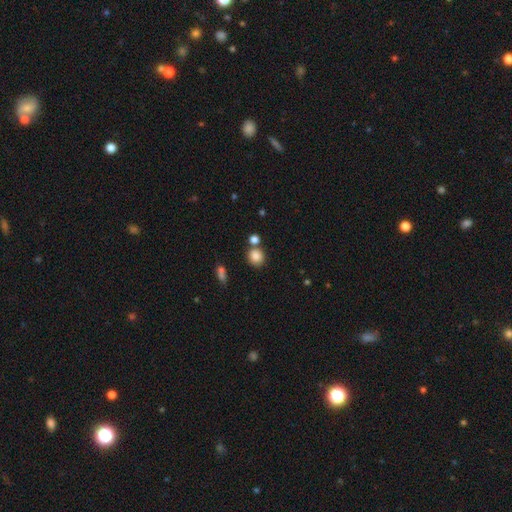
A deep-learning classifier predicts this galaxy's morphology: smooth_or_featured: smooth (p=0.85) [alt: star or artifact p=0.10]
how_rounded: round (p=0.83) [alt: in between p=0.16]
merging: none (p=0.68) [alt: merger p=0.19]